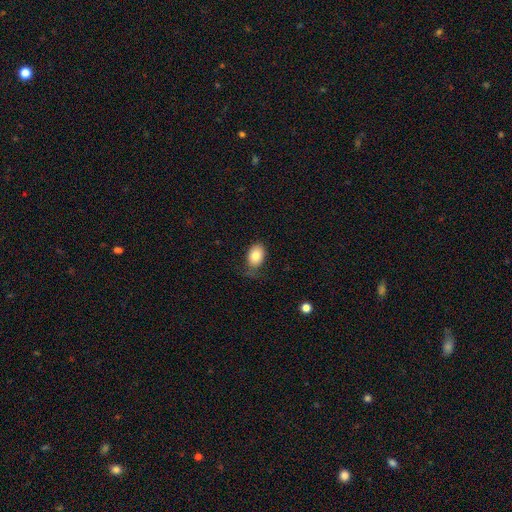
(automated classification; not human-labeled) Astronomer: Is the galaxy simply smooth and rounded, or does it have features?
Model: smooth — 82%.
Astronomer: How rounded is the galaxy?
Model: in between — 80%.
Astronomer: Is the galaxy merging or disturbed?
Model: none — 63%.